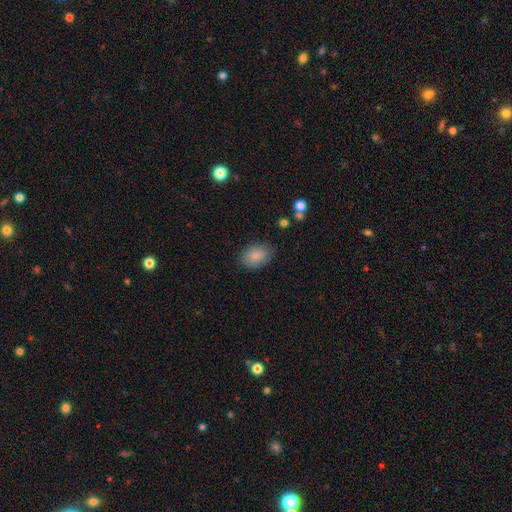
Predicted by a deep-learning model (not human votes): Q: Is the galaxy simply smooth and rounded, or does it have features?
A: smooth — 84%.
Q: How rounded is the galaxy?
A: in between — 80%.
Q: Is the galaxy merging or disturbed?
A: none — 81%.